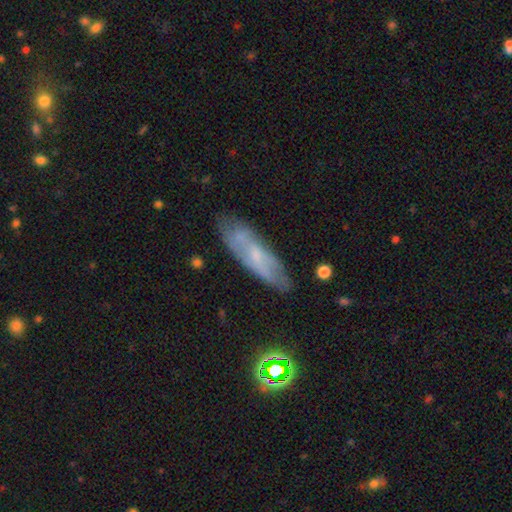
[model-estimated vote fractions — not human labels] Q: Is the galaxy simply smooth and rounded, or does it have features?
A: featured or disk — 49%.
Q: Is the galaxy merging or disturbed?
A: none — 74%.